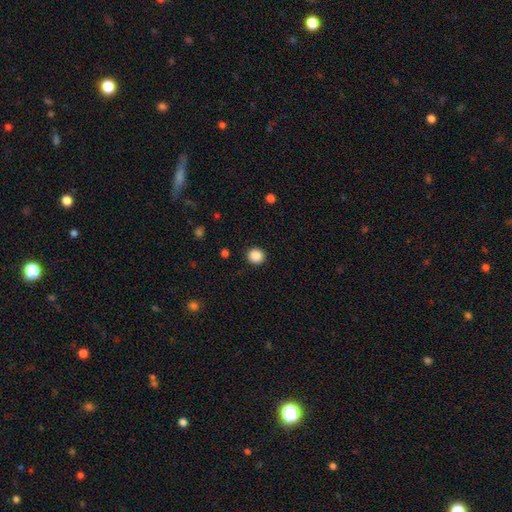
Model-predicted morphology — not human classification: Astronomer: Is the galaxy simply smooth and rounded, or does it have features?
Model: smooth — 87%.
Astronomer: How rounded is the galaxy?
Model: round — 90%.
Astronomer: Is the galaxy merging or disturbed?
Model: none — 92%.